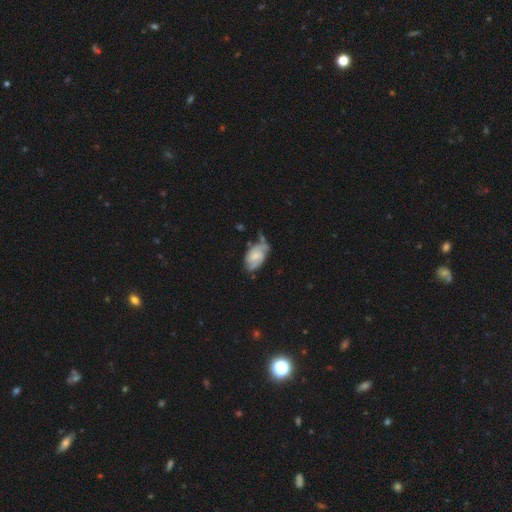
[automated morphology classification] A featured or disk galaxy (71%) with no bar (57%), 2 (65%) medium (44%) spiral arms (93%) and a small central bulge (47%).

Vote fractions:
- Smooth or featured? featured or disk: 71% / smooth: 22% / star or artifact: 6%
- Edge-on disk? no: 97% / yes: 3%
- Bar? no: 57% / weak: 36% / strong: 7%
- Spiral arms? yes: 93% / no: 7%
- Spiral winding? medium: 44% / tight: 40% / loose: 17%
- Spiral arm count? 2: 65% / can't tell: 14% / 3: 13% / 1: 3% / 4: 2% / more than 4: 2%
- Bulge size? small: 47% / moderate: 31% / none: 16% / large: 4% / dominant: 1%
- Merging? none: 53% / minor disturbance: 29% / major disturbance: 12% / merger: 6%